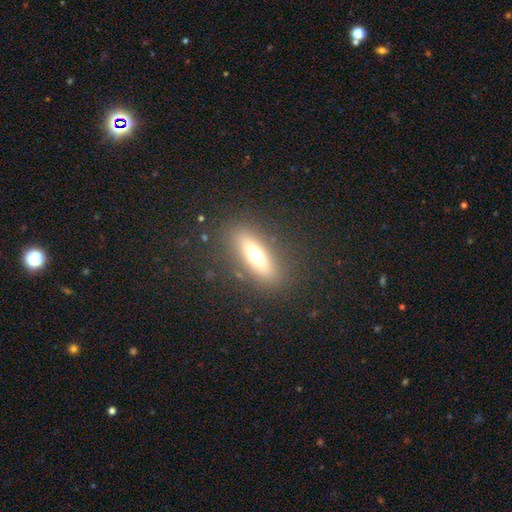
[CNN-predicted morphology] This appears to be a smooth galaxy with no disk features (53%) that is in between round and cigar-shaped (56%). Merging: none (85%).